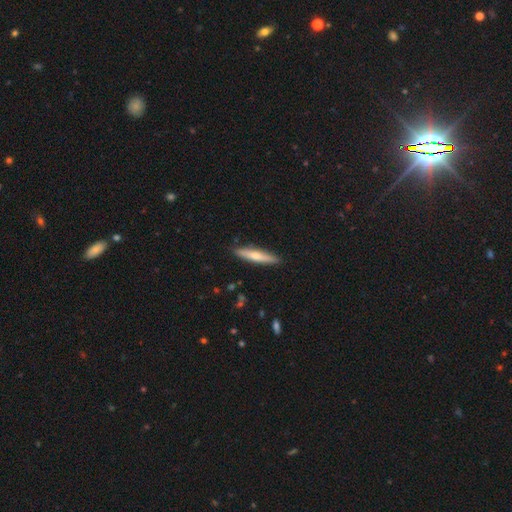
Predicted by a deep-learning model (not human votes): A smooth galaxy with no disk features (55%) that is cigar-shaped (90%). Merging: none (90%).